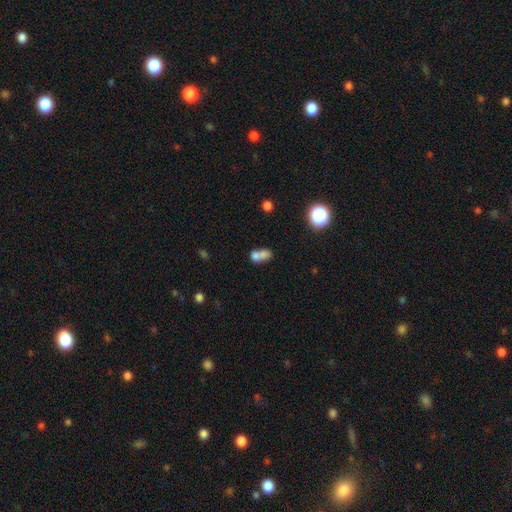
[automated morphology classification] This is likely a smooth galaxy (69%). How rounded: possibly in between (54%). Merging: likely merger (69%).